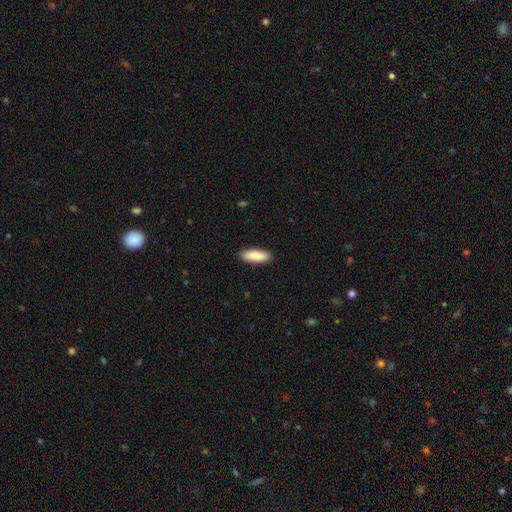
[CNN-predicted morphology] The model was most divided on "how rounded": in between: 70%, cigar-shaped: 28%, round: 2%. More confident: merging — none (90%); smooth or featured — smooth (89%).